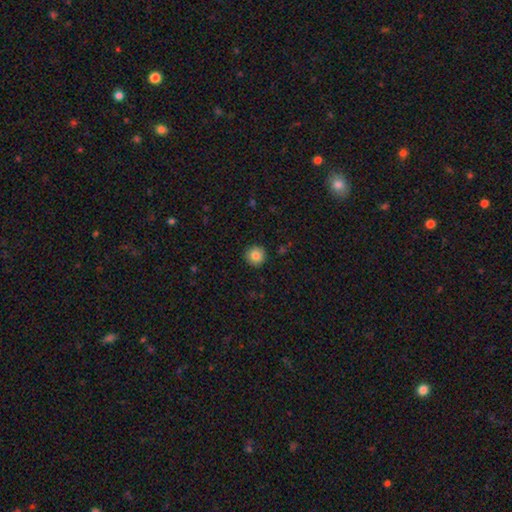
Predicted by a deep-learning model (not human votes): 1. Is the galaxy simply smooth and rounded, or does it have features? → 84% smooth, 9% star or artifact, 7% featured or disk.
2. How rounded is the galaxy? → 95% round, 4% in between, 1% cigar-shaped.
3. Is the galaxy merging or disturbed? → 91% none, 6% minor disturbance, 2% major disturbance, 1% merger.